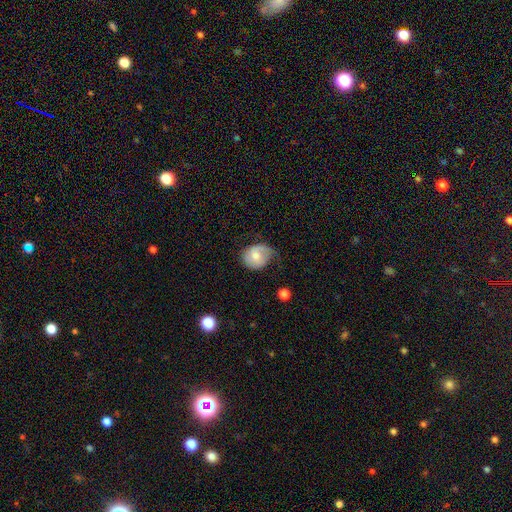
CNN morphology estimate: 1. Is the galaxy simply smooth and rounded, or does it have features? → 60% smooth, 33% featured or disk, 7% star or artifact.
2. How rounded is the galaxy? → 58% round, 41% in between, 1% cigar-shaped.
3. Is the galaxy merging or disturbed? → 39% none, 37% minor disturbance, 21% major disturbance, 2% merger.